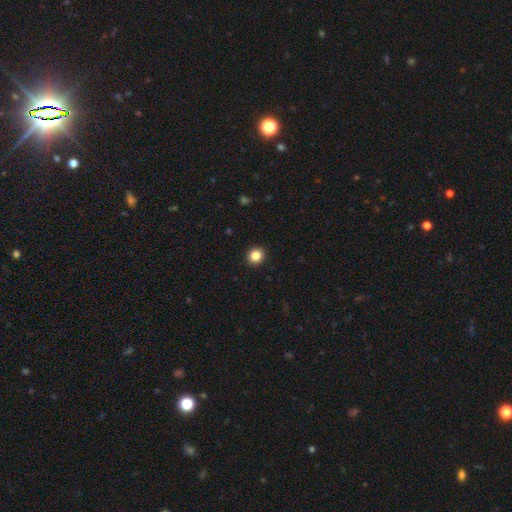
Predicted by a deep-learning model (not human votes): Morphology: type=smooth (85%); roundness=round (88%); merging=none (93%).